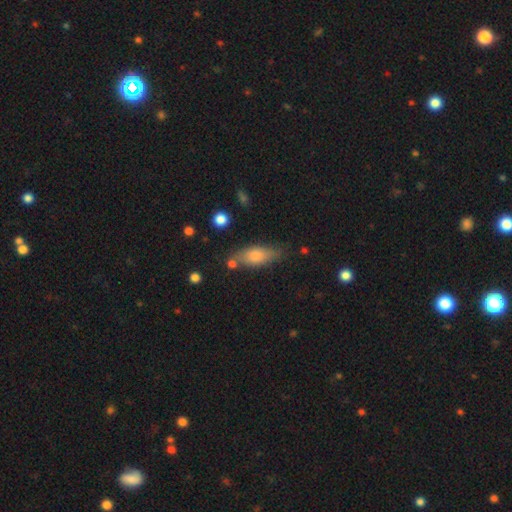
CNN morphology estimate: Smooth or featured: smooth — 76% (featured or disk — 16%)
How rounded: in between — 71% (cigar-shaped — 26%)
Merging: none — 64% (minor disturbance — 22%)